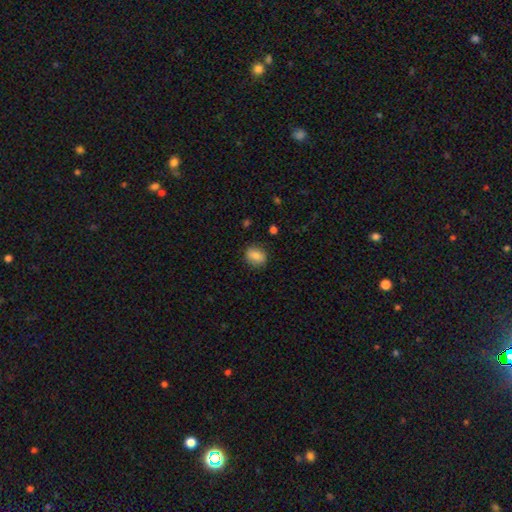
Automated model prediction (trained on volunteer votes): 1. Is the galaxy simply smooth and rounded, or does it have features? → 81% smooth, 11% featured or disk, 8% star or artifact.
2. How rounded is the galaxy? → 52% round, 46% in between, 2% cigar-shaped.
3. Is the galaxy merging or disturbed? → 85% none, 11% minor disturbance, 3% major disturbance, 1% merger.